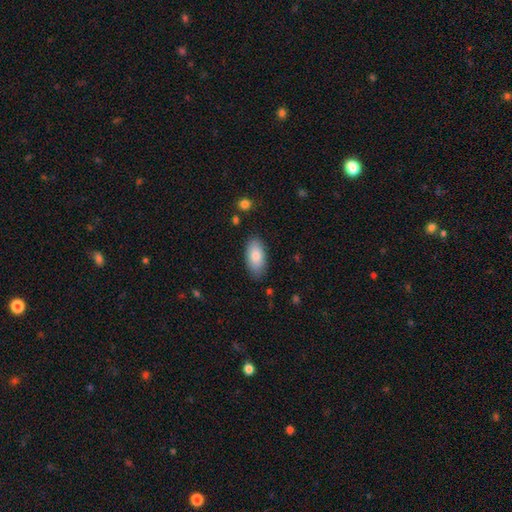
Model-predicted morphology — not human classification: smooth_or_featured: smooth (p=0.83) [alt: featured or disk p=0.10]
how_rounded: in between (p=0.93) [alt: cigar-shaped p=0.05]
merging: none (p=0.84) [alt: minor disturbance p=0.12]